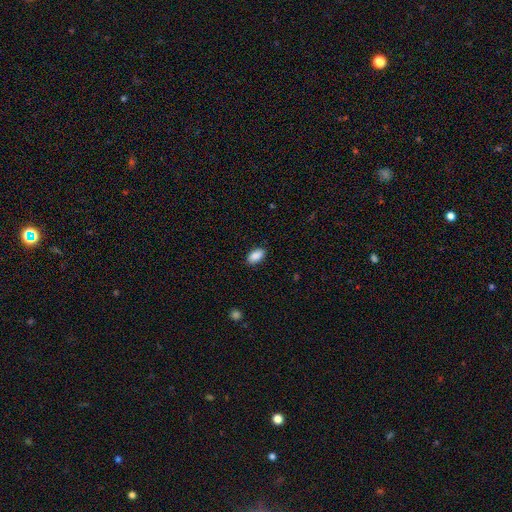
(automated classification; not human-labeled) Smooth or featured? smooth (90%)
How rounded? in between (94%)
Merging? none (88%)